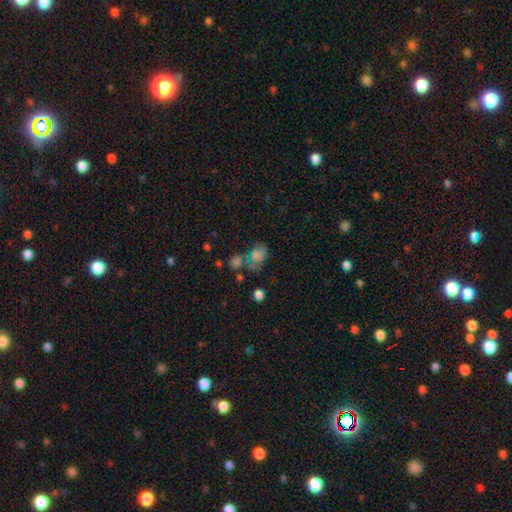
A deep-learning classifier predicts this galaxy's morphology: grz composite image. It shows a smooth galaxy with no disk features (67%) that is in between round and cigar-shaped (66%). Merging: none (37%).